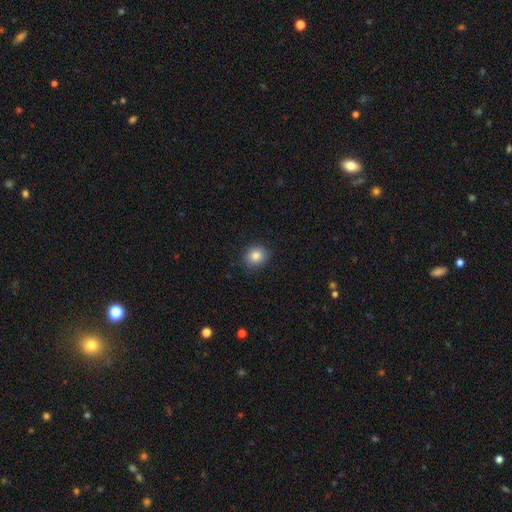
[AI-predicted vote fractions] This is clearly a smooth galaxy (83%). How rounded: likely round (75%). Merging: clearly none (87%).